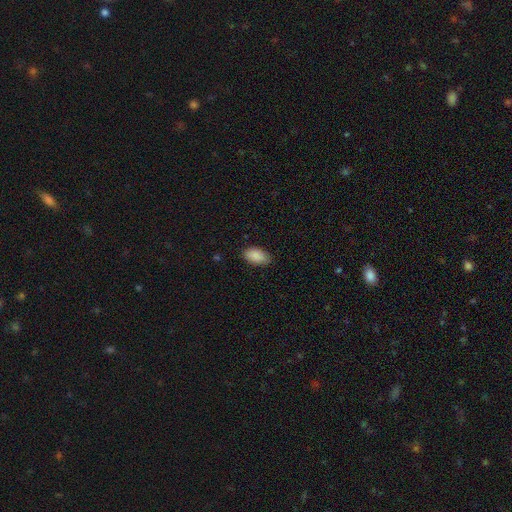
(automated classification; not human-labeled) Q: Smooth or featured?
A: smooth (90%); runner-up: star or artifact (7%)
Q: How rounded?
A: in between (94%); runner-up: round (4%)
Q: Merging?
A: none (83%); runner-up: minor disturbance (14%)